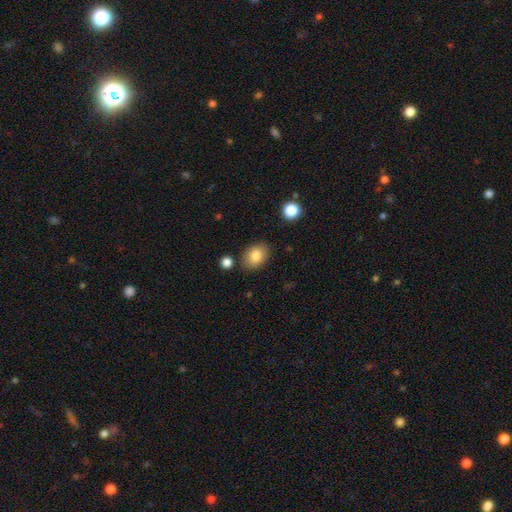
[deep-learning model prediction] Q: Smooth or featured?
A: smooth (84%); runner-up: star or artifact (8%)
Q: How rounded?
A: in between (71%); runner-up: round (28%)
Q: Merging?
A: none (82%); runner-up: minor disturbance (12%)